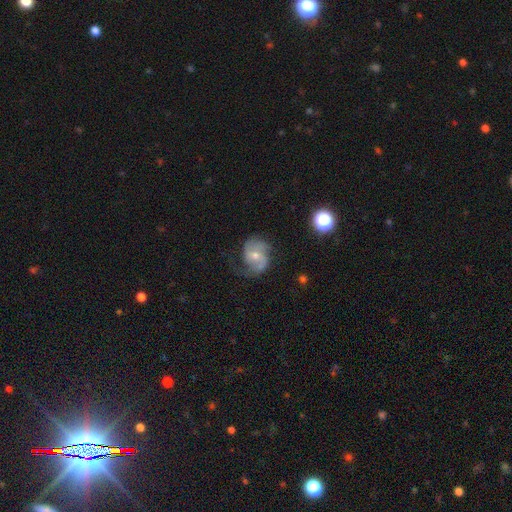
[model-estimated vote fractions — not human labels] smooth_or_featured: featured or disk (p=0.73) [alt: smooth p=0.20]
disk_edge_on: no (p=0.97) [alt: yes p=0.03]
bar: no (p=0.52) [alt: weak p=0.38]
has_spiral_arms: yes (p=0.91) [alt: no p=0.09]
spiral_winding: medium (p=0.47) [alt: loose p=0.34]
spiral_arm_count: 2 (p=0.76) [alt: 1 p=0.09]
bulge_size: moderate (p=0.52) [alt: small p=0.43]
merging: none (p=0.54) [alt: minor disturbance p=0.25]